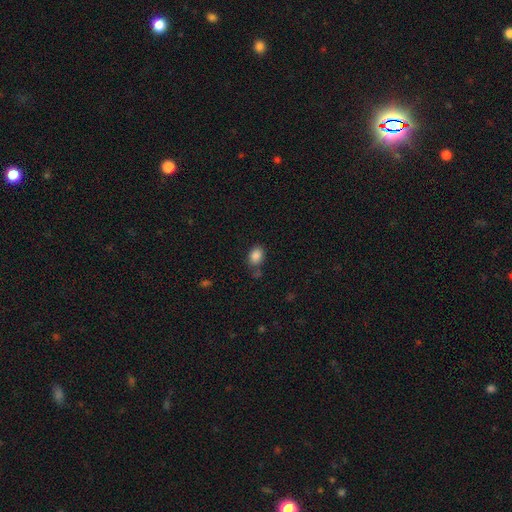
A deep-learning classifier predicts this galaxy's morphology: Q: Smooth or featured?
A: smooth (86%); runner-up: star or artifact (9%)
Q: How rounded?
A: in between (71%); runner-up: round (28%)
Q: Merging?
A: none (72%); runner-up: minor disturbance (16%)